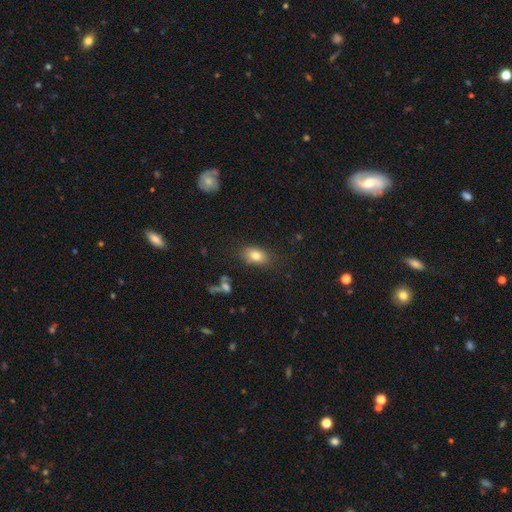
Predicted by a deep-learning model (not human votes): Overall: smooth (80%). How rounded: in between (85%). Merging: none (82%).